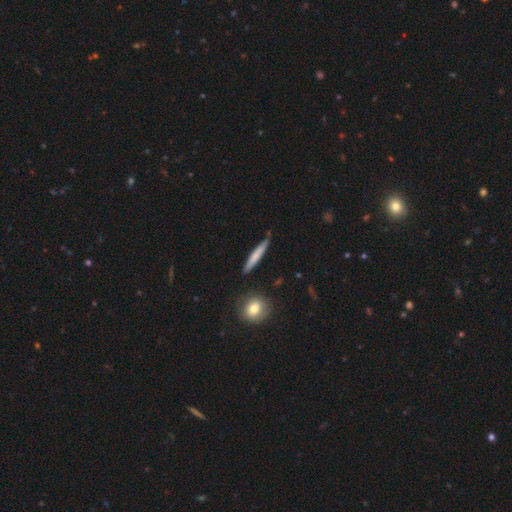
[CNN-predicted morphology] Smooth or featured?
  - smooth: 69% *
  - featured or disk: 25%
  - star or artifact: 5%
How rounded?
  - cigar-shaped: 94% *
  - in between: 4%
  - round: 2%
Merging?
  - none: 86% *
  - minor disturbance: 9%
  - merger: 2%
  - major disturbance: 2%